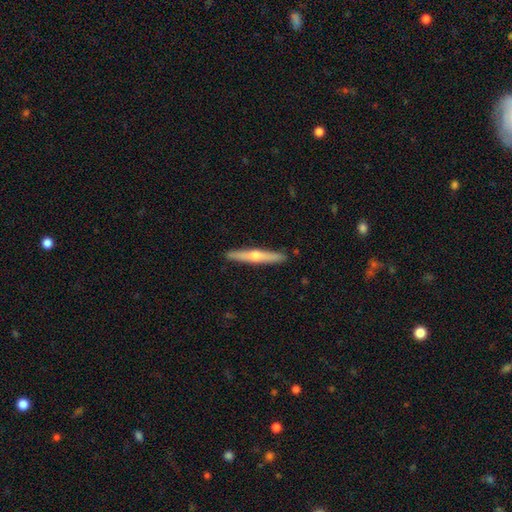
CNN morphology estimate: Smooth or featured?
  - featured or disk: 61% *
  - smooth: 34%
  - star or artifact: 5%
Edge-on disk?
  - yes: 96% *
  - no: 4%
Edge-on bulge?
  - rounded: 88% *
  - none: 9%
  - boxy: 2%
Merging?
  - none: 92% *
  - minor disturbance: 6%
  - major disturbance: 1%
  - merger: 1%